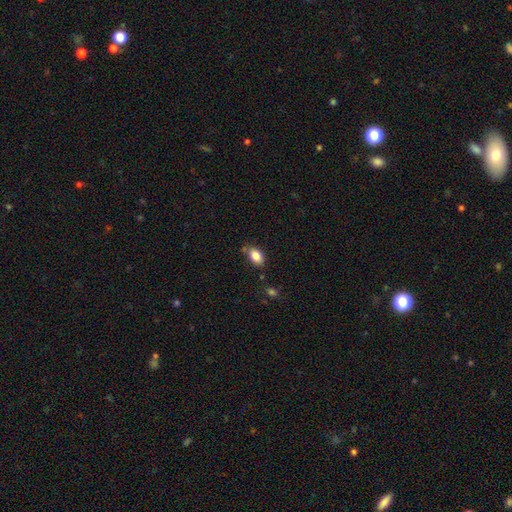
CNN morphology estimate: smooth 85%, star or artifact 8%, featured or disk 7%. Down the decision tree: how rounded — in between (89%); merging — none (74%).